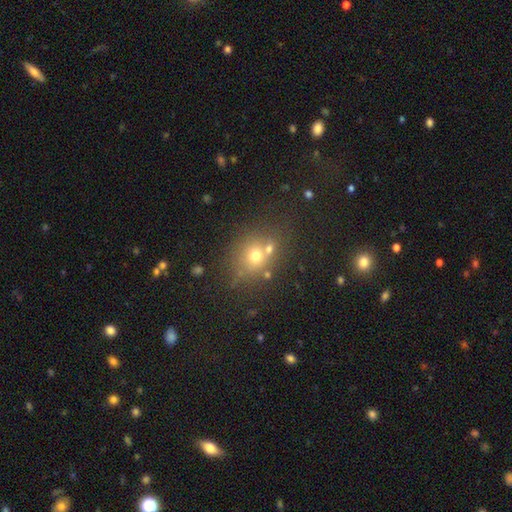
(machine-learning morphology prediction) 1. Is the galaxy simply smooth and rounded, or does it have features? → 65% smooth, 20% star or artifact, 15% featured or disk.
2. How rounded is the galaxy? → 75% round, 24% in between, 1% cigar-shaped.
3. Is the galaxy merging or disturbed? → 61% none, 24% merger, 11% minor disturbance, 5% major disturbance.